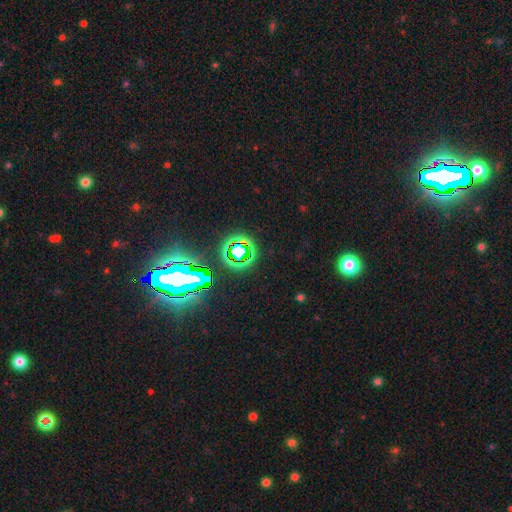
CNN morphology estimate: Smooth or featured? star or artifact (80%)